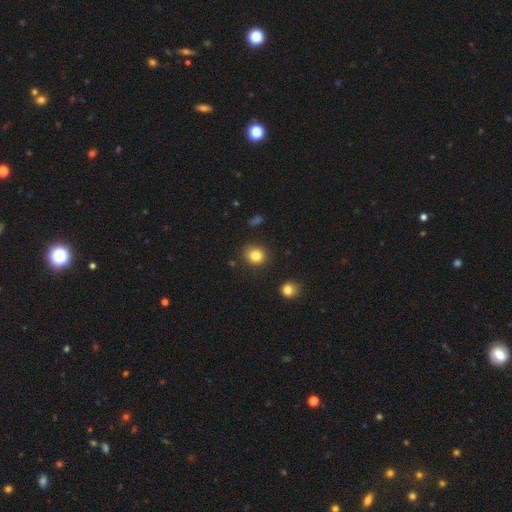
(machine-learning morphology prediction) Smooth or featured: smooth — 84% (star or artifact — 11%)
How rounded: round — 81% (in between — 18%)
Merging: none — 87% (minor disturbance — 9%)